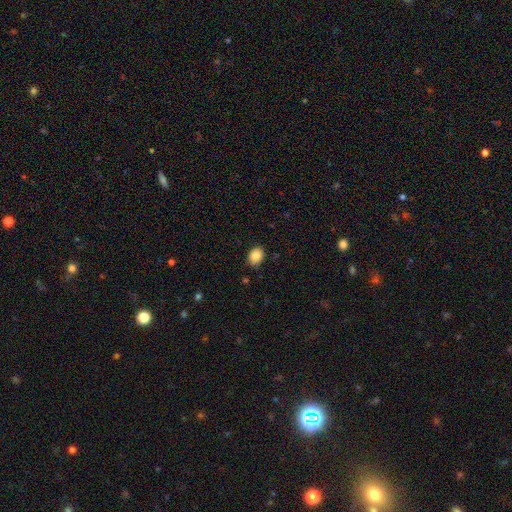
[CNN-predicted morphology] A smooth galaxy with no disk features (87%) that is in between round and cigar-shaped (56%). Merging: none (83%).